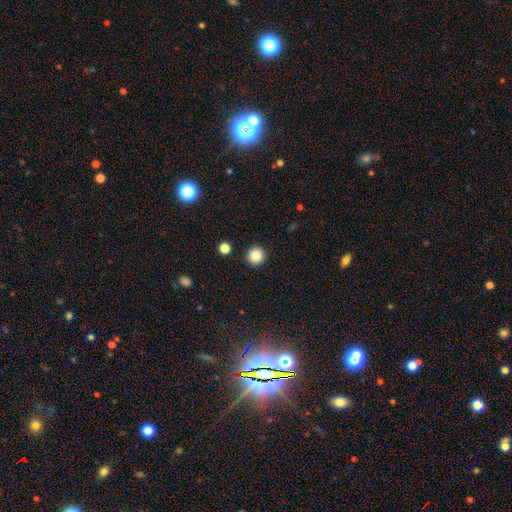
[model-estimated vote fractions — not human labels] Smooth or featured: smooth — 86% (star or artifact — 10%)
How rounded: round — 95% (in between — 4%)
Merging: none — 92% (minor disturbance — 4%)